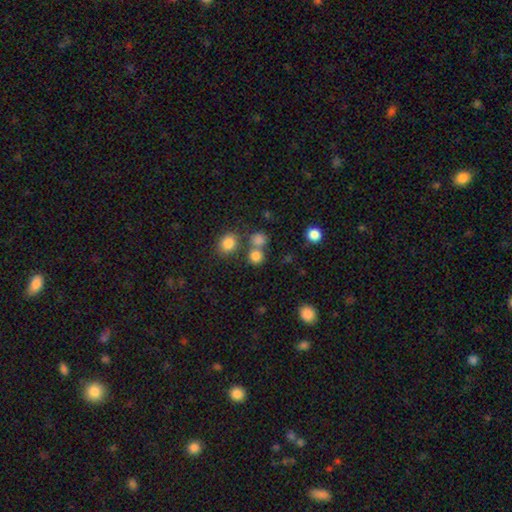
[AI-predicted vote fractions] Morphology: type=smooth (80%); roundness=round (86%); merging=none (61%).